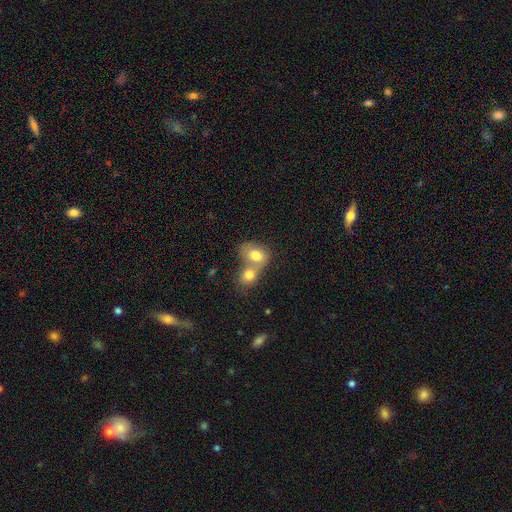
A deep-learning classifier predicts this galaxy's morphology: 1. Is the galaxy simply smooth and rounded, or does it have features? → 76% smooth, 15% featured or disk, 8% star or artifact.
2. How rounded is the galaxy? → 62% in between, 37% round, 1% cigar-shaped.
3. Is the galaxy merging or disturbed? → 70% merger, 20% none, 6% minor disturbance, 3% major disturbance.